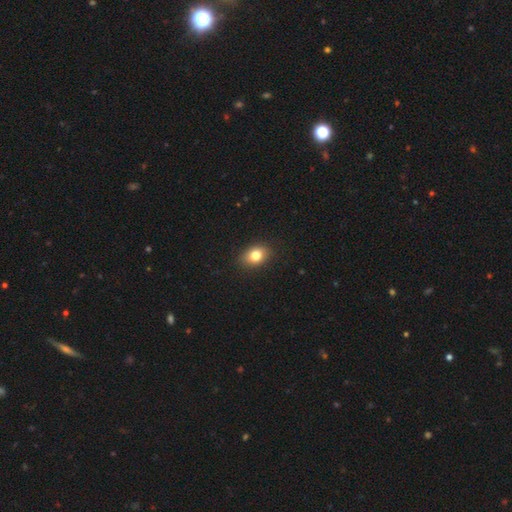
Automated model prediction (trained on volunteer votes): Q: Smooth or featured?
A: smooth (80%); runner-up: star or artifact (10%)
Q: How rounded?
A: in between (66%); runner-up: round (33%)
Q: Merging?
A: none (88%); runner-up: minor disturbance (9%)